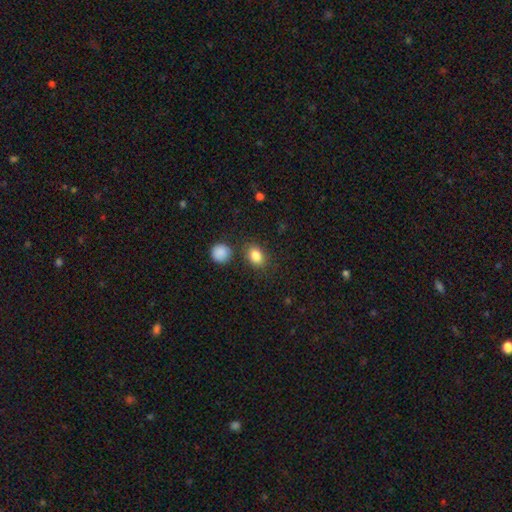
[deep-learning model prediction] smooth-or-featured: smooth: 85% | star or artifact: 9% | featured or disk: 6%
  how-rounded: in between: 63% | round: 35% | cigar-shaped: 1%
  merging: none: 78% | minor disturbance: 12% | merger: 7% | major disturbance: 4%